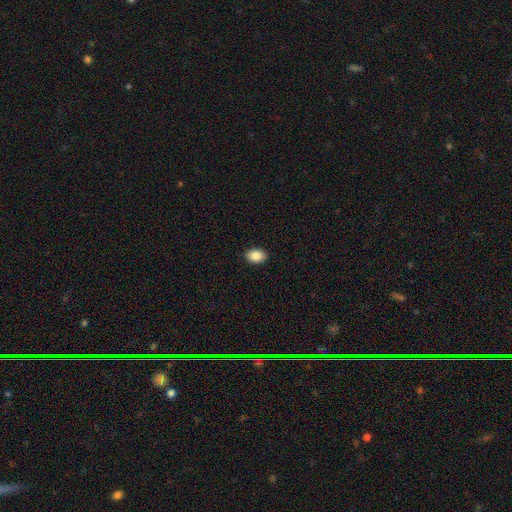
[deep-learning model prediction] smooth_or_featured: smooth (p=0.87) [alt: star or artifact p=0.08]
how_rounded: in between (p=0.79) [alt: round p=0.20]
merging: none (p=0.90) [alt: minor disturbance p=0.07]